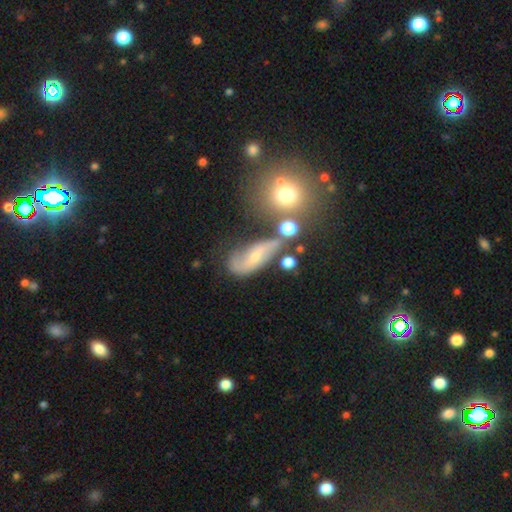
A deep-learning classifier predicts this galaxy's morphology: Smooth or featured?
  - featured or disk: 51% *
  - smooth: 36%
  - star or artifact: 13%
Edge-on disk?
  - no: 90% *
  - yes: 10%
Merging?
  - none: 47% *
  - minor disturbance: 24%
  - major disturbance: 15%
  - merger: 14%